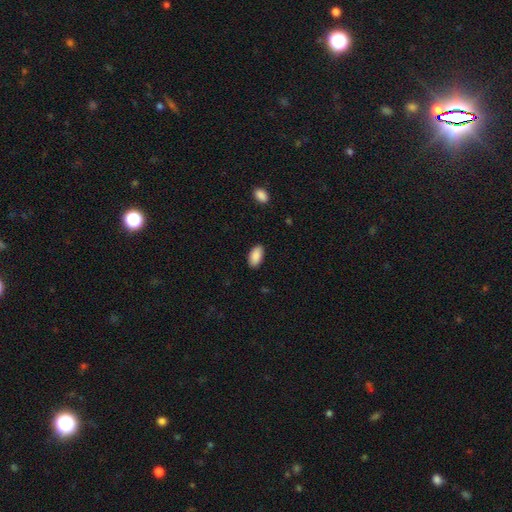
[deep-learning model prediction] Overall: smooth (90%). How rounded: in between (95%). Merging: none (88%).